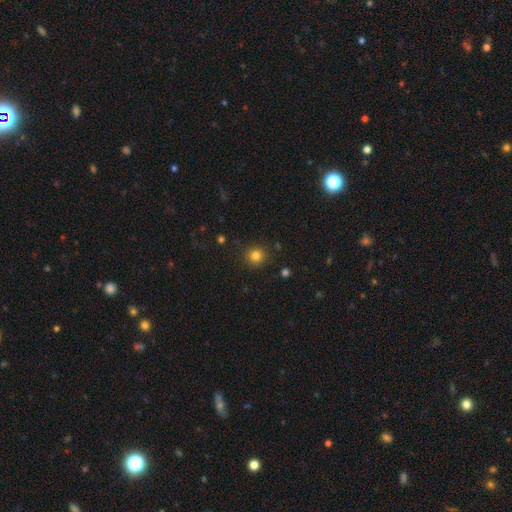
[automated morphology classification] Smooth or featured? Predicted: smooth (p=0.82). How rounded? Predicted: round (p=0.92). Merging? Predicted: none (p=0.89).